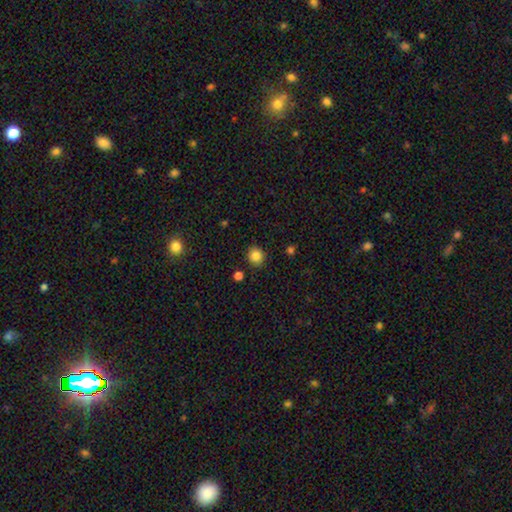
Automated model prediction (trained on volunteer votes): Smooth or featured: smooth — 84% (star or artifact — 11%)
How rounded: round — 81% (in between — 18%)
Merging: none — 88% (minor disturbance — 8%)